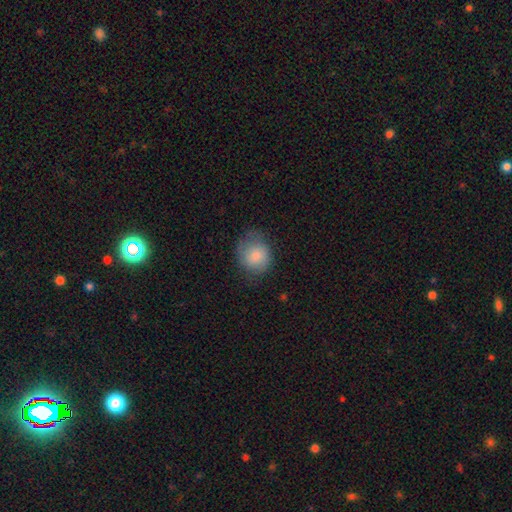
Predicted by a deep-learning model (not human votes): The model was most divided on "merging": none: 60%, minor disturbance: 28%, major disturbance: 11%, merger: 1%. More confident: smooth or featured — smooth (80%); how rounded — round (73%).